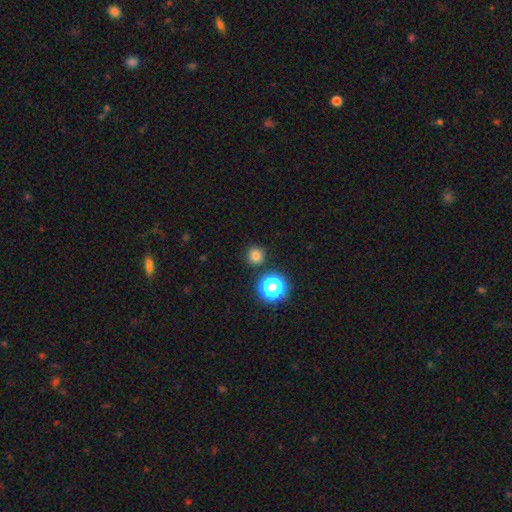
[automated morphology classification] Overall: smooth (78%). How rounded: round (94%). Merging: none (88%).